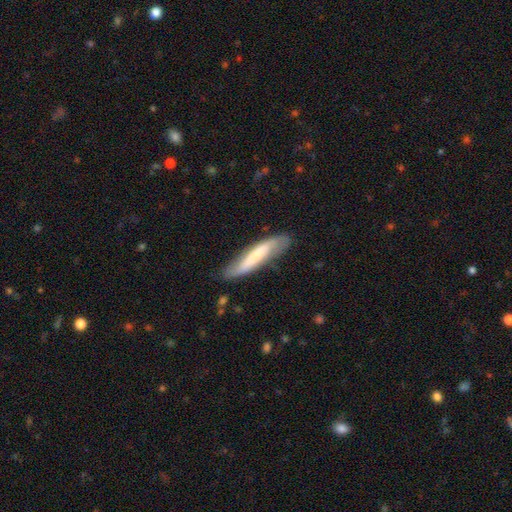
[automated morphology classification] smooth-or-featured: smooth: 59% | featured or disk: 36% | star or artifact: 6%
  how-rounded: cigar-shaped: 84% | in between: 14% | round: 1%
  merging: none: 72% | minor disturbance: 21% | major disturbance: 5% | merger: 2%